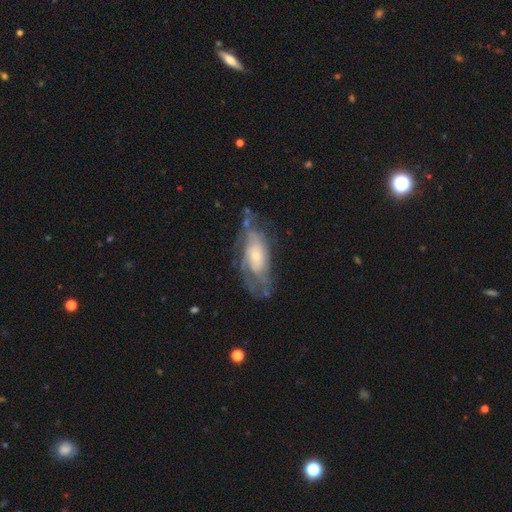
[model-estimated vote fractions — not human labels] smooth-or-featured: featured or disk: 73% | smooth: 20% | star or artifact: 7%
  disk-edge-on: no: 89% | yes: 11%
    bar: no: 74% | weak: 22% | strong: 5%
    has-spiral-arms: yes: 77% | no: 23%
    bulge-size: small: 61% | moderate: 31% | large: 4% | none: 3% | dominant: 1%
  merging: none: 58% | minor disturbance: 23% | major disturbance: 16% | merger: 3%